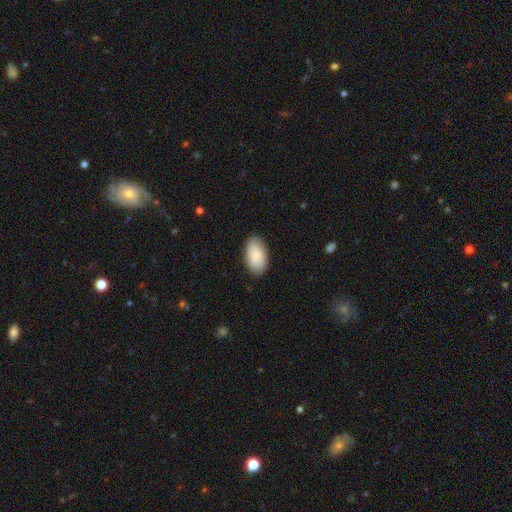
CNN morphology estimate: smooth 86%, featured or disk 9%, star or artifact 6%. Down the decision tree: how rounded — in between (95%); merging — none (85%).